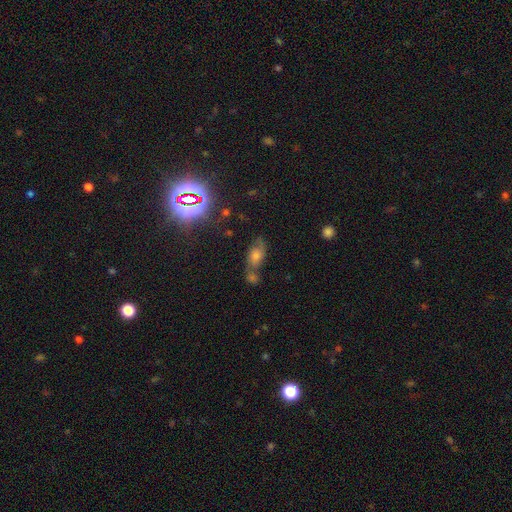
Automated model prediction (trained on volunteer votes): Overall: smooth (37%; star or artifact 32%). Merging: none (47%; merger 27%).